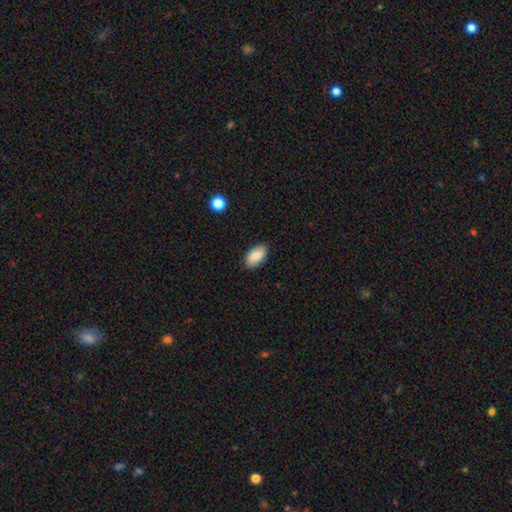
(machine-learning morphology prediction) smooth-or-featured: smooth: 86% | featured or disk: 8% | star or artifact: 7%
  how-rounded: in between: 94% | round: 4% | cigar-shaped: 2%
  merging: none: 86% | minor disturbance: 11% | major disturbance: 2% | merger: 1%